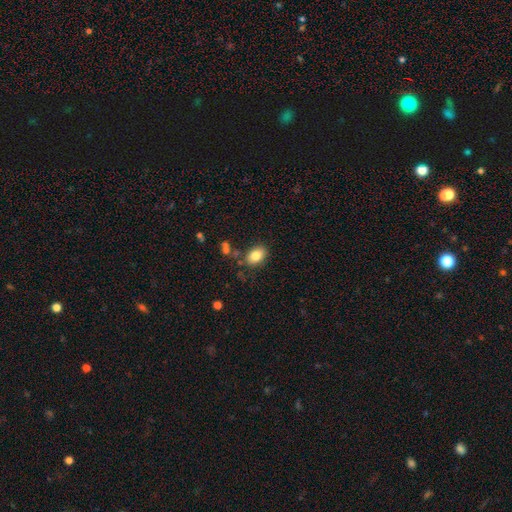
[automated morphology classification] Overall: smooth (83%). How rounded: in between (82%). Merging: none (77%).